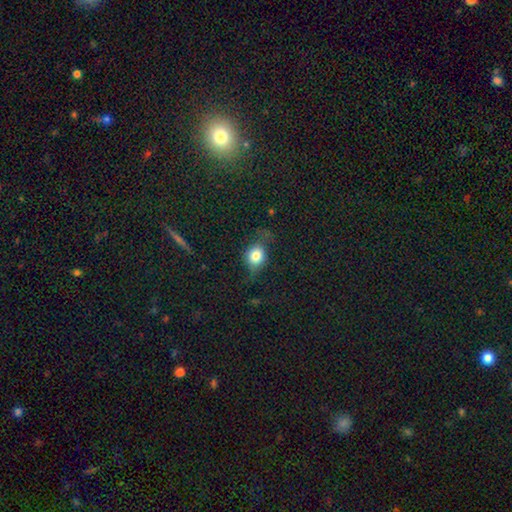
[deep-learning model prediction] smooth-or-featured: smooth: 73% | featured or disk: 16% | star or artifact: 11%
  how-rounded: round: 59% | in between: 39% | cigar-shaped: 2%
  merging: none: 63% | minor disturbance: 24% | major disturbance: 12% | merger: 2%